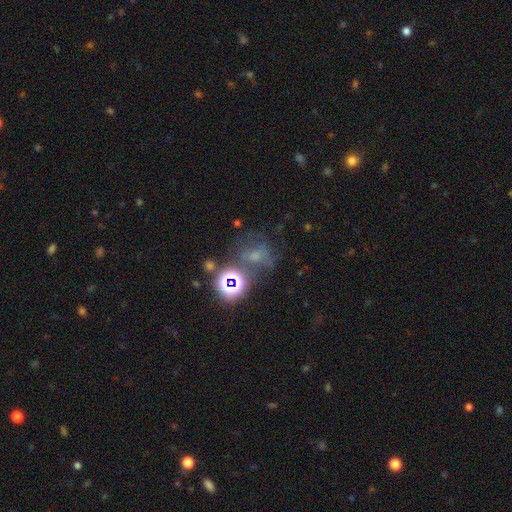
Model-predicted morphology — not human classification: star or artifact 47%, smooth 29%, featured or disk 24%.